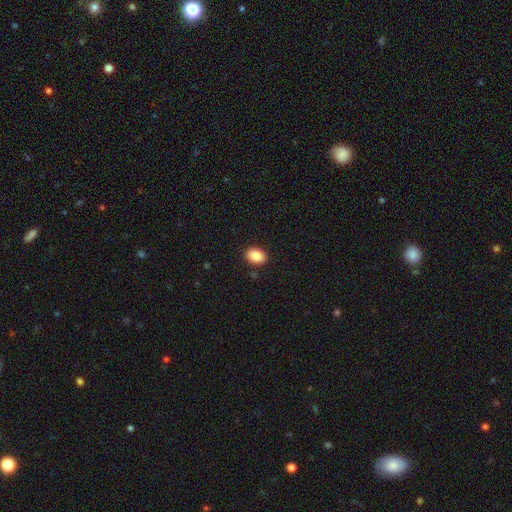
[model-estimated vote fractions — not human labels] A smooth galaxy with no disk features (87%) that is in between round and cigar-shaped (77%). Merging: none (90%).